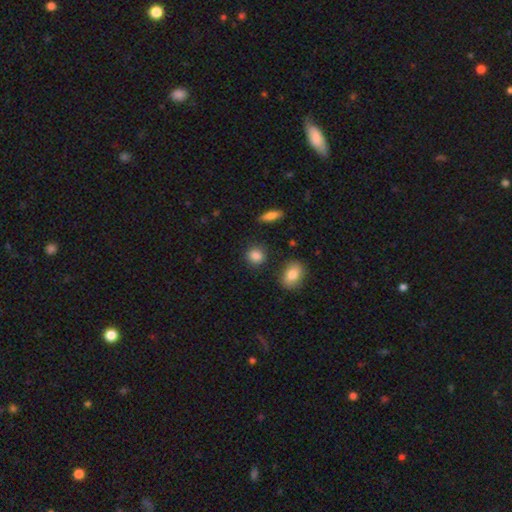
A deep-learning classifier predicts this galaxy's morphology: smooth 86%, star or artifact 9%, featured or disk 5%. Down the decision tree: how rounded — round (80%); merging — none (85%).